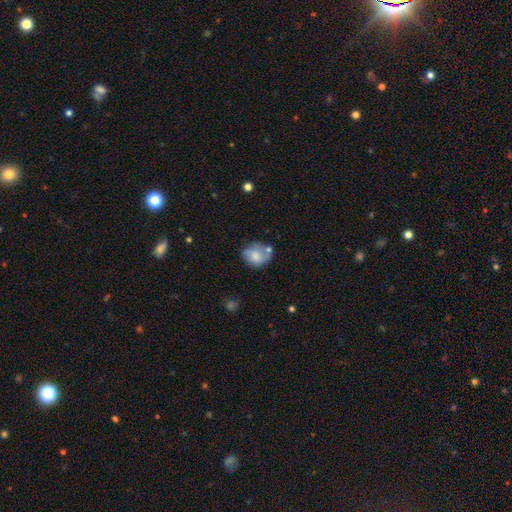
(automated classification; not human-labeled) Q: Smooth or featured?
A: smooth (60%); runner-up: featured or disk (31%)
Q: How rounded?
A: round (56%); runner-up: in between (43%)
Q: Merging?
A: none (45%); runner-up: minor disturbance (28%)